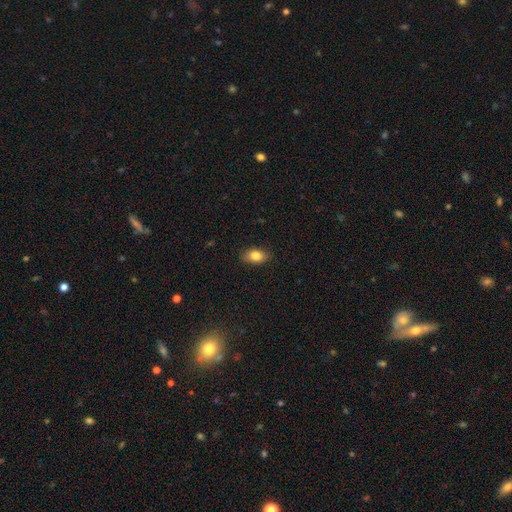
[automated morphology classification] Smooth or featured? smooth (83%)
How rounded? in between (88%)
Merging? none (85%)